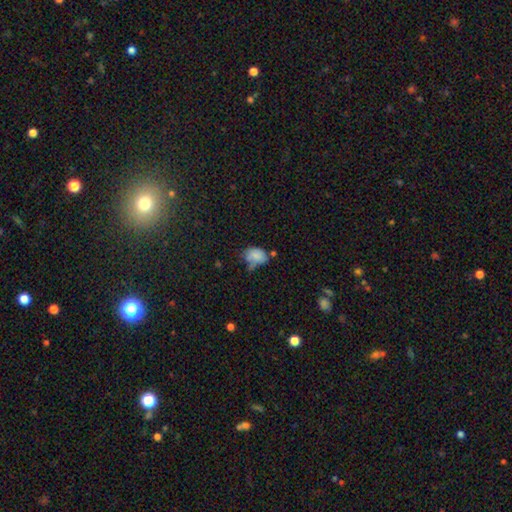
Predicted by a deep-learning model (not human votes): Overall: smooth (80%). How rounded: in between (74%). Merging: none (39%; minor disturbance 33%).